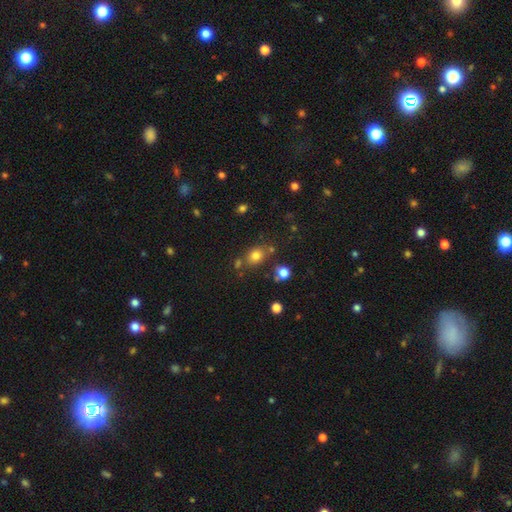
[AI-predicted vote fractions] Smooth or featured?
  - smooth: 77% *
  - star or artifact: 15%
  - featured or disk: 8%
How rounded?
  - round: 54% *
  - in between: 45%
  - cigar-shaped: 1%
Merging?
  - none: 69% *
  - minor disturbance: 14%
  - merger: 12%
  - major disturbance: 5%